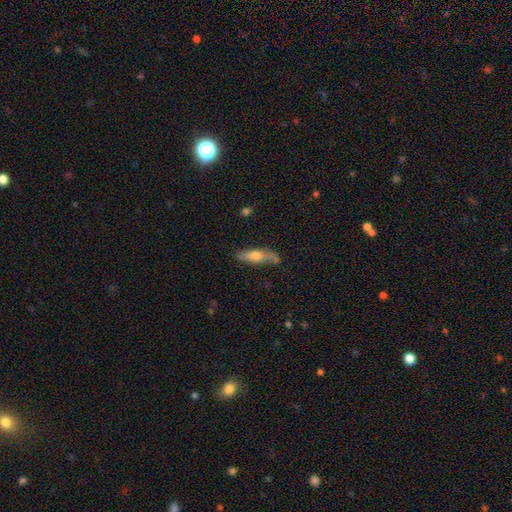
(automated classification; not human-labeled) smooth-or-featured: smooth: 61% | featured or disk: 33% | star or artifact: 6%
  how-rounded: cigar-shaped: 63% | in between: 35% | round: 2%
  merging: none: 73% | minor disturbance: 17% | merger: 5% | major disturbance: 4%